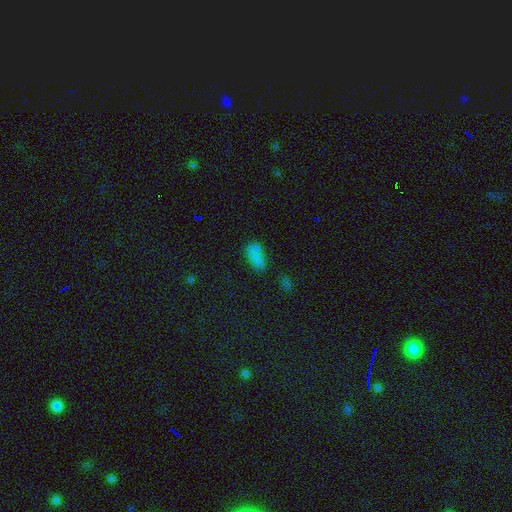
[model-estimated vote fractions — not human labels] A smooth galaxy with no disk features (74%) that is in between round and cigar-shaped (88%).

Vote fractions:
- Smooth or featured? smooth: 74% / star or artifact: 19% / featured or disk: 7%
- How rounded? in between: 88% / cigar-shaped: 7% / round: 5%
- Merging? none: 56% / minor disturbance: 22% / merger: 12% / major disturbance: 10%